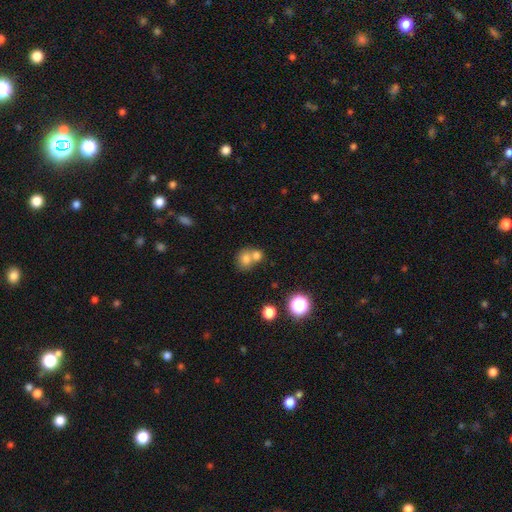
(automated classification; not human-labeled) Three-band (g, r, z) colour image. It shows a smooth galaxy with no disk features (74%) that is round (70%). Merging: merger (59%).